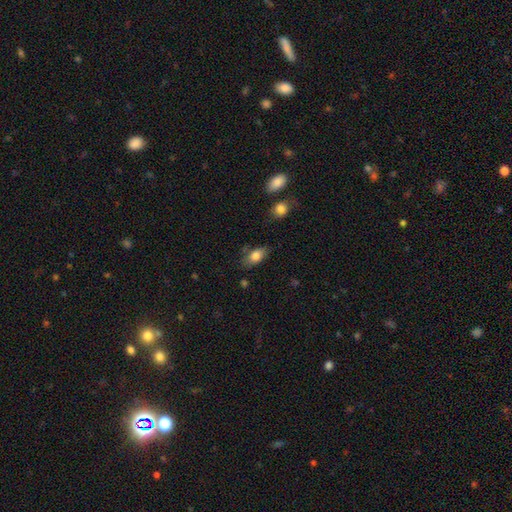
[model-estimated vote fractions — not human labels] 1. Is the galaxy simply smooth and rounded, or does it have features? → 81% smooth, 11% featured or disk, 8% star or artifact.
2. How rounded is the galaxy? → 88% in between, 7% round, 4% cigar-shaped.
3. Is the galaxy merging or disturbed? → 70% none, 21% minor disturbance, 5% major disturbance, 4% merger.